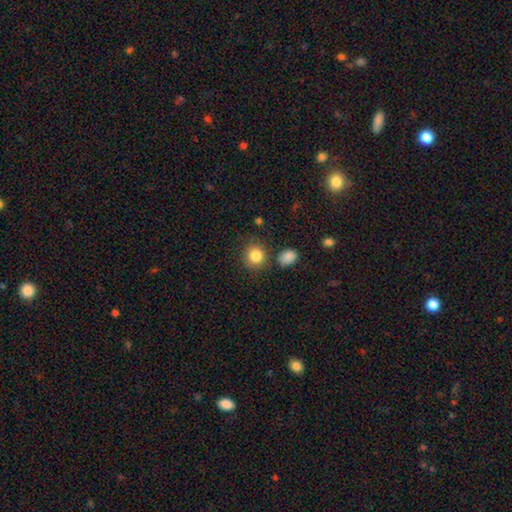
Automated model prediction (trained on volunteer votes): This is clearly a smooth galaxy (85%). How rounded: clearly round (87%). Merging: likely none (80%).